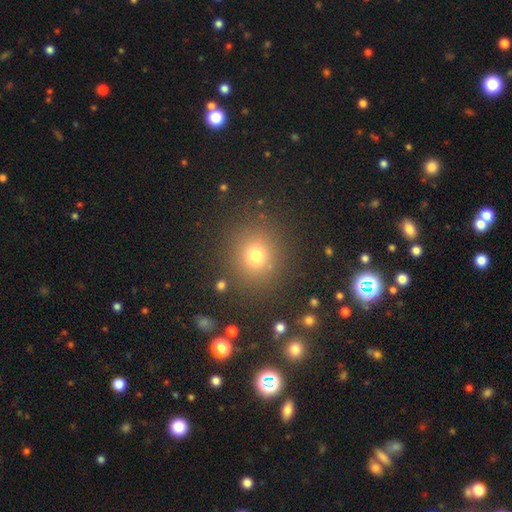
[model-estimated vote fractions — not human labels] This appears to be a smooth galaxy with no disk features (72%) that is round (86%). Merging: none (87%).